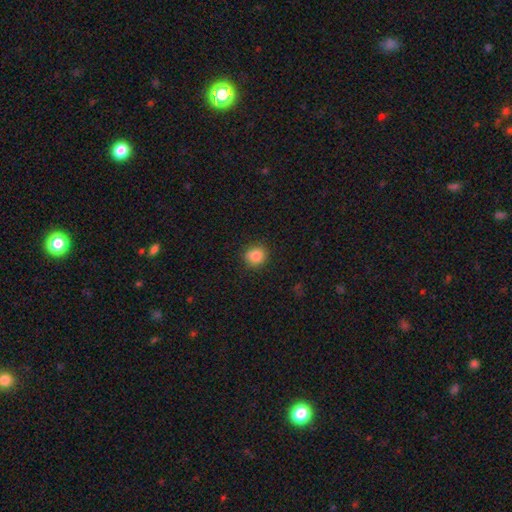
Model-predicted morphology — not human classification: A smooth galaxy with no disk features (86%) that is round (85%).

Vote fractions:
- Smooth or featured? smooth: 86% / star or artifact: 10% / featured or disk: 4%
- How rounded? round: 85% / in between: 14% / cigar-shaped: 1%
- Merging? none: 88% / minor disturbance: 9% / major disturbance: 2% / merger: 1%